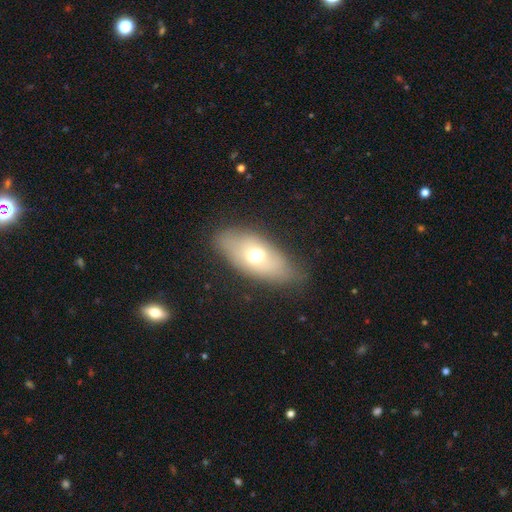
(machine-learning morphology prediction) A smooth galaxy with no disk features (61%) that is in between round and cigar-shaped (85%). Merging: none (72%).